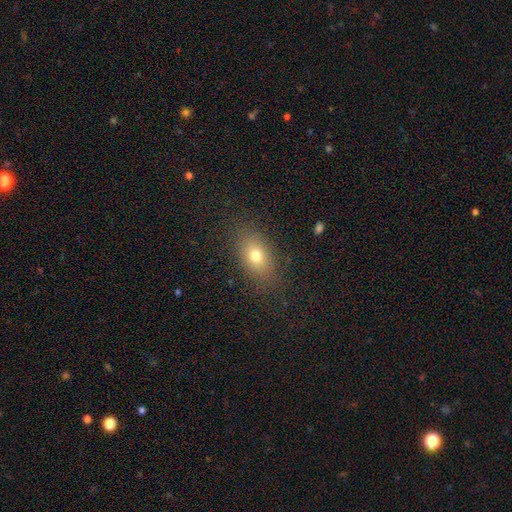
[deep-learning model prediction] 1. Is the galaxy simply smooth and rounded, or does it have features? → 73% smooth, 14% featured or disk, 12% star or artifact.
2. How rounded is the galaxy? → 80% in between, 16% round, 4% cigar-shaped.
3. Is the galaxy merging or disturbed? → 84% none, 11% minor disturbance, 4% major disturbance, 1% merger.